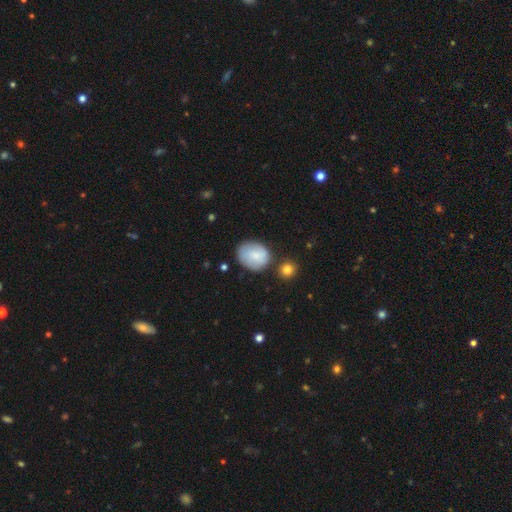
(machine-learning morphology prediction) Smooth or featured? Predicted: smooth (p=0.68). How rounded? Predicted: round (p=0.51). Merging? Predicted: none (p=0.66).